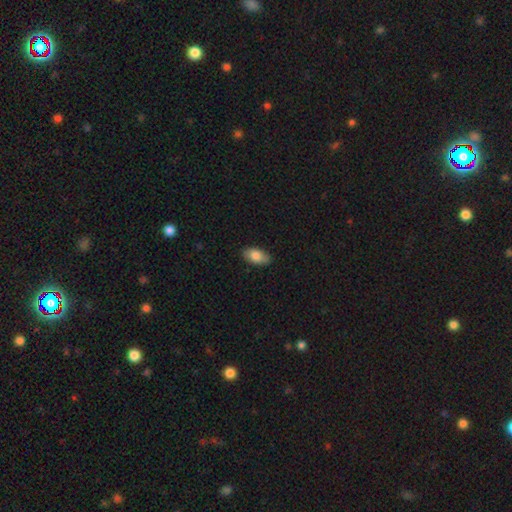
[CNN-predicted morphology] A smooth galaxy with no disk features (83%) that is in between round and cigar-shaped (93%).

Vote fractions:
- Smooth or featured? smooth: 83% / featured or disk: 11% / star or artifact: 6%
- How rounded? in between: 93% / round: 4% / cigar-shaped: 3%
- Merging? none: 86% / minor disturbance: 11% / major disturbance: 2% / merger: 1%